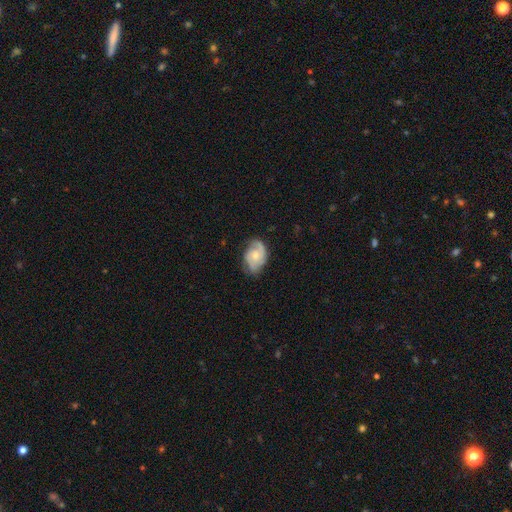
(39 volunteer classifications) Smooth or featured? featured or disk (79%)
Edge-on disk? no (94%)
Bar? no (69%)
Spiral arms? yes (83%)
Spiral winding? tight (50%)
Spiral arm count? 2 (38%)
Bulge size? moderate (55%)
Merging? none (61%)